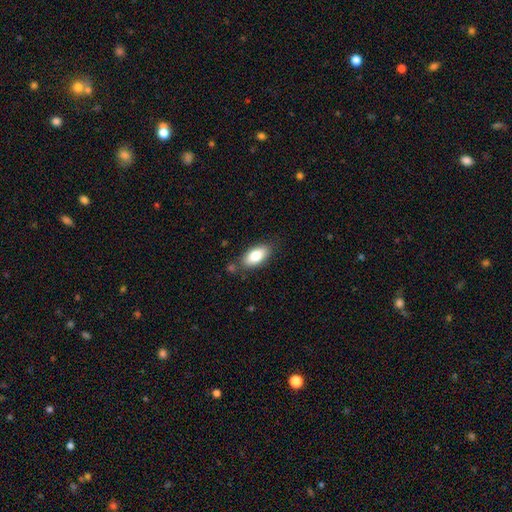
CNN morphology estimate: This appears to be a smooth galaxy with no disk features (81%) that is in between round and cigar-shaped (90%). Merging: none (80%).